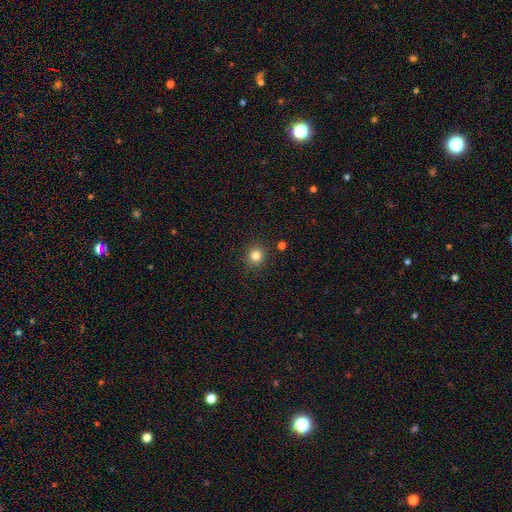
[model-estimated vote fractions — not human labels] A smooth galaxy with no disk features (82%) that is round (87%).

Vote fractions:
- Smooth or featured? smooth: 82% / star or artifact: 13% / featured or disk: 5%
- How rounded? round: 87% / in between: 12% / cigar-shaped: 1%
- Merging? none: 90% / minor disturbance: 6% / major disturbance: 2% / merger: 2%